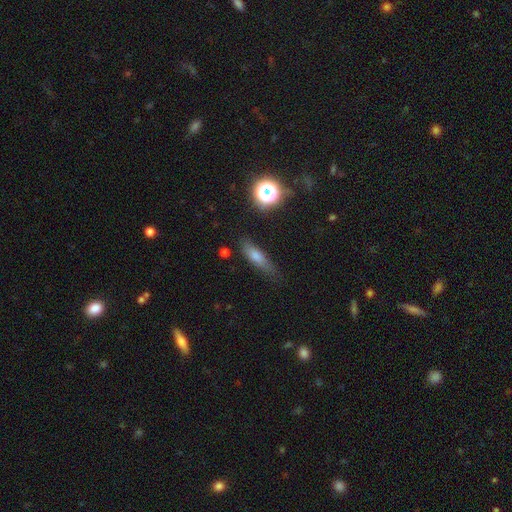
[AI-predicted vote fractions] smooth-or-featured: smooth: 61% | featured or disk: 26% | star or artifact: 14%
  how-rounded: cigar-shaped: 61% | in between: 33% | round: 6%
  merging: none: 73% | minor disturbance: 20% | major disturbance: 5% | merger: 2%